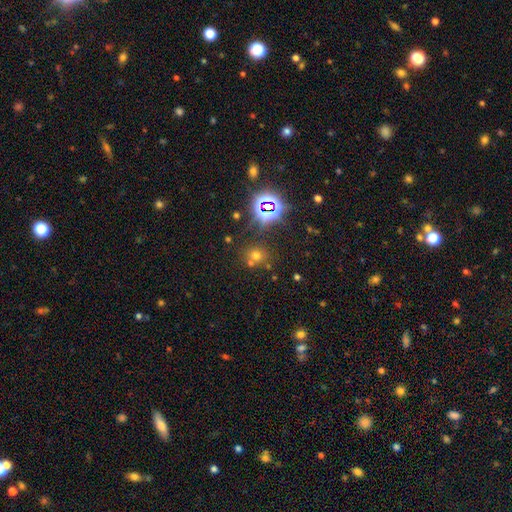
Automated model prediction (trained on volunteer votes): Smooth or featured? Predicted: smooth (p=0.49). Merging? Predicted: none (p=0.67).